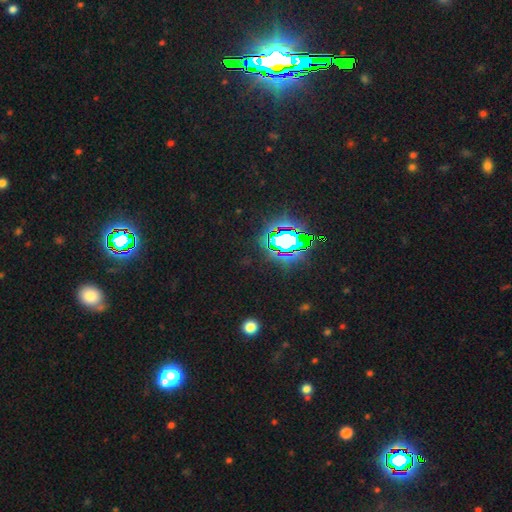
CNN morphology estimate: Q: Smooth or featured?
A: star or artifact (85%); runner-up: smooth (9%)